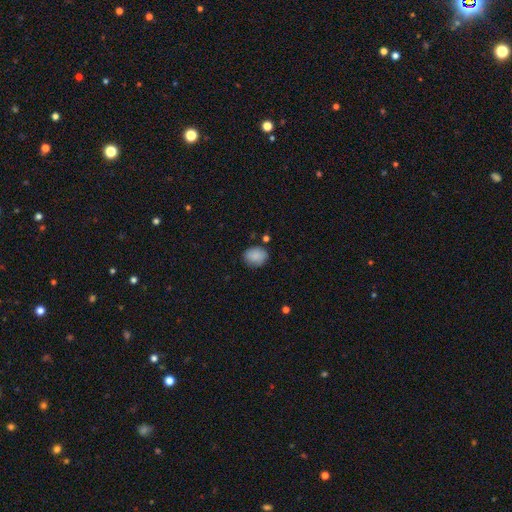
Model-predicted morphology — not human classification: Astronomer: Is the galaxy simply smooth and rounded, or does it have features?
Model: smooth — 86%.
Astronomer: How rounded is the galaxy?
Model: in between — 52% (runner-up: round, 47%).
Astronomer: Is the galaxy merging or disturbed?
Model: none — 74%.